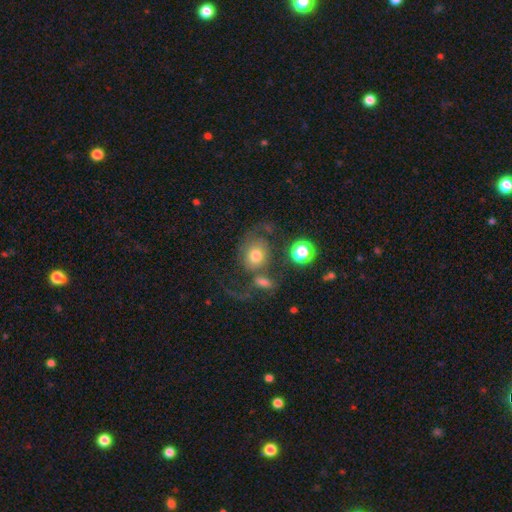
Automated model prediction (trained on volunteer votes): smooth_or_featured: smooth (p=0.57) [alt: featured or disk p=0.32]
how_rounded: round (p=0.61) [alt: in between p=0.38]
merging: none (p=0.31) [alt: major disturbance p=0.29]